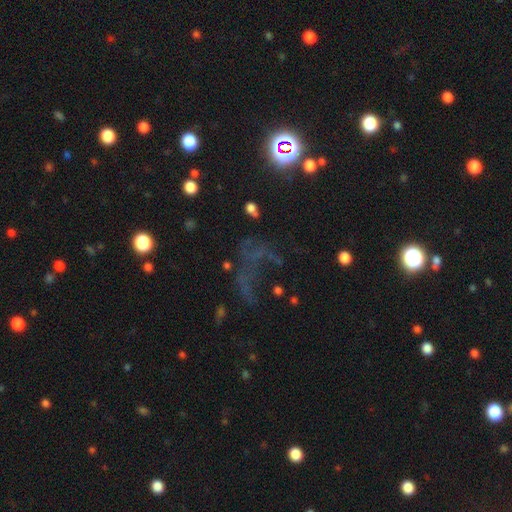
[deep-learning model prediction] This appears to be a star or artifact, not a galaxy (48%).